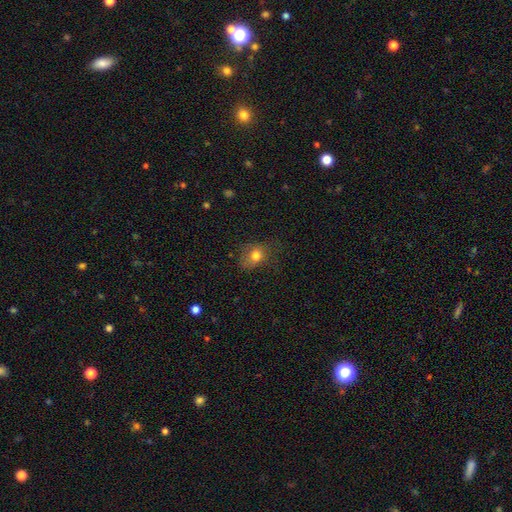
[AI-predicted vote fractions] Smooth or featured?
  - smooth: 77% *
  - featured or disk: 12%
  - star or artifact: 11%
How rounded?
  - in between: 55% *
  - round: 44%
  - cigar-shaped: 1%
Merging?
  - none: 52% *
  - minor disturbance: 29%
  - major disturbance: 17%
  - merger: 2%